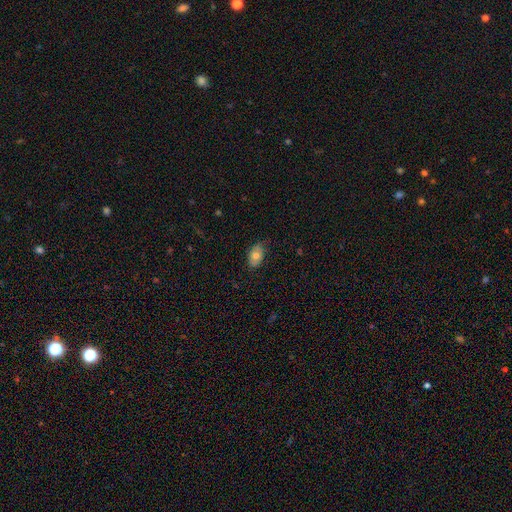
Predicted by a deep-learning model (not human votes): smooth 73%, featured or disk 19%, star or artifact 8%. Down the decision tree: how rounded — in between (90%); merging — none (75%).